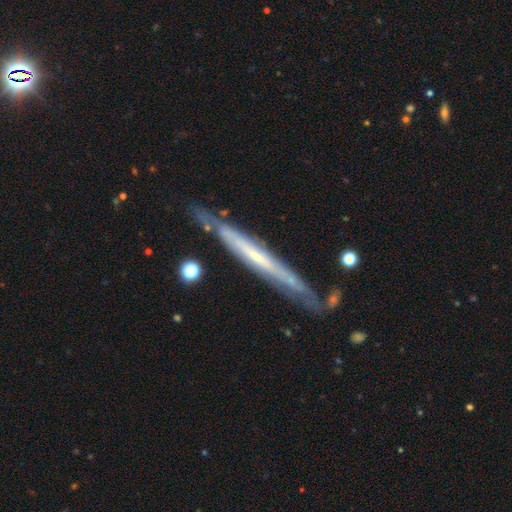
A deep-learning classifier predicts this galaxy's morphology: featured or disk 73%, smooth 21%, star or artifact 6%. Down the decision tree: edge-on disk — yes (86%); edge-on bulge — none (76%); merging — none (74%).